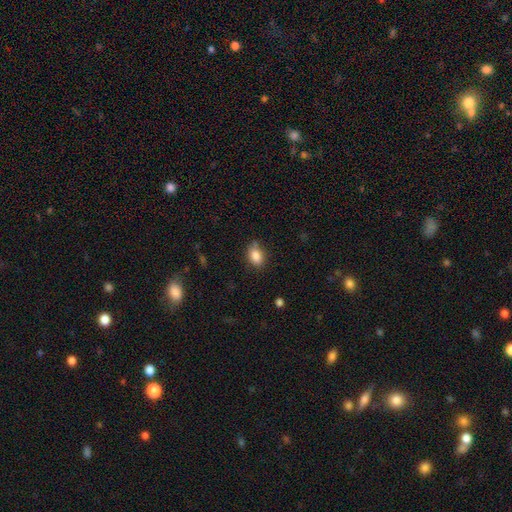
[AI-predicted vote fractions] Smooth or featured?
  - smooth: 85% *
  - star or artifact: 9%
  - featured or disk: 6%
How rounded?
  - in between: 80% *
  - round: 18%
  - cigar-shaped: 2%
Merging?
  - none: 69% *
  - minor disturbance: 22%
  - major disturbance: 5%
  - merger: 4%